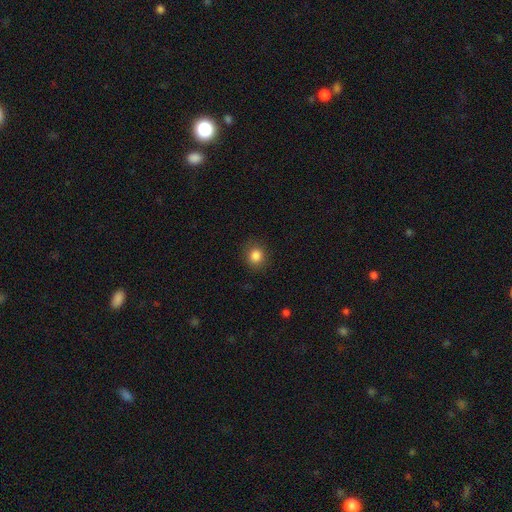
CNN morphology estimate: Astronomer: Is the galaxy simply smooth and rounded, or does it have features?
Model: smooth — 85%.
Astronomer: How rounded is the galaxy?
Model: round — 79%.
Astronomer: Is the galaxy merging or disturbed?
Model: none — 87%.